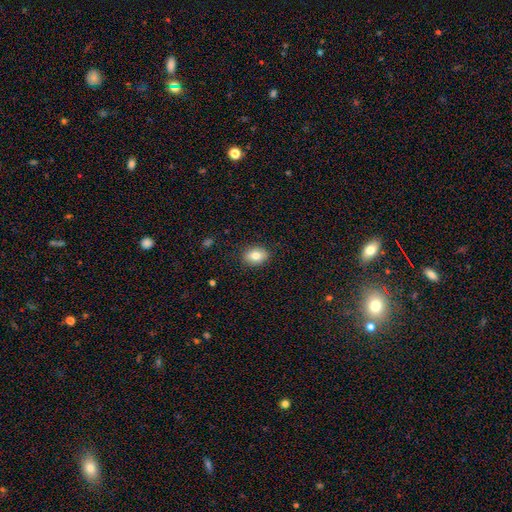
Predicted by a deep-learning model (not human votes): smooth_or_featured: smooth (p=0.79) [alt: featured or disk p=0.12]
how_rounded: in between (p=0.73) [alt: round p=0.25]
merging: none (p=0.87) [alt: minor disturbance p=0.10]